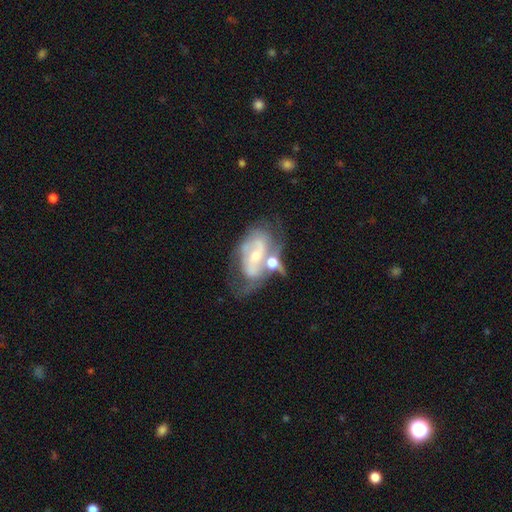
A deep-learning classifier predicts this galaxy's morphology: A featured or disk galaxy (75%) with no bar (43%), 2 (56%) medium (39%, tied with tight) spiral arms (76%) and a small central bulge (53%). Merging: none (34%).